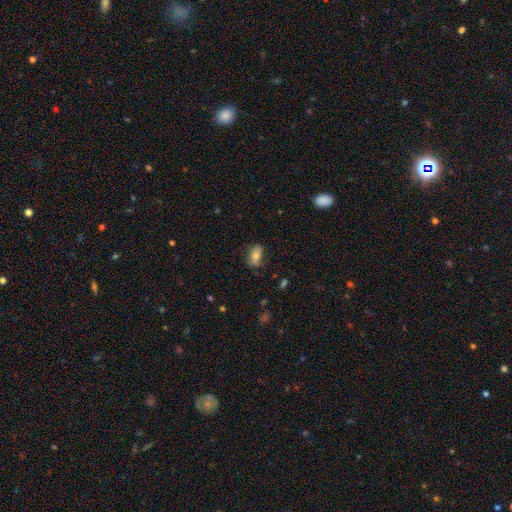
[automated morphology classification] smooth 68%, featured or disk 22%, star or artifact 10%. Down the decision tree: how rounded — in between (87%); merging — none (71%).